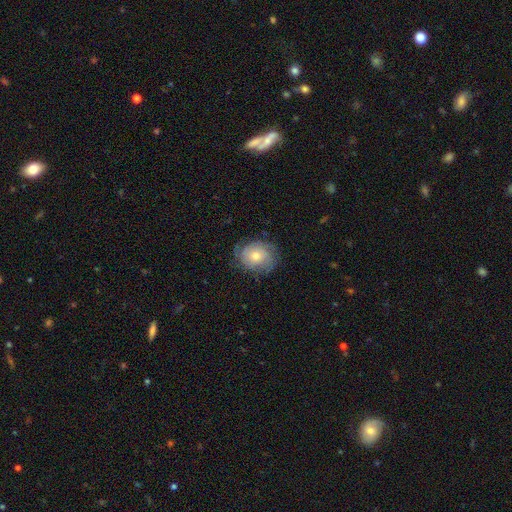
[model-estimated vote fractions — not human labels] This appears to be a featured or disk galaxy (56%) with no bar (83%), spiral arms (82%) and a moderate central bulge (63%). Merging: none (75%).